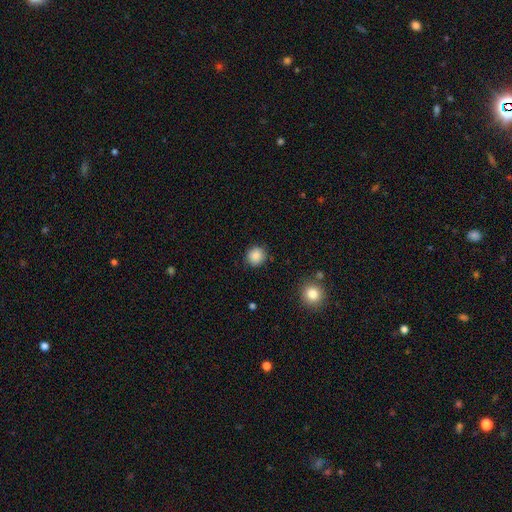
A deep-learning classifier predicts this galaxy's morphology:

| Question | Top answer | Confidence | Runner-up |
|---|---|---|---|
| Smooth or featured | smooth | 88% | star or artifact (9%) |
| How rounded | round | 89% | in between (10%) |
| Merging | none | 88% | minor disturbance (8%) |